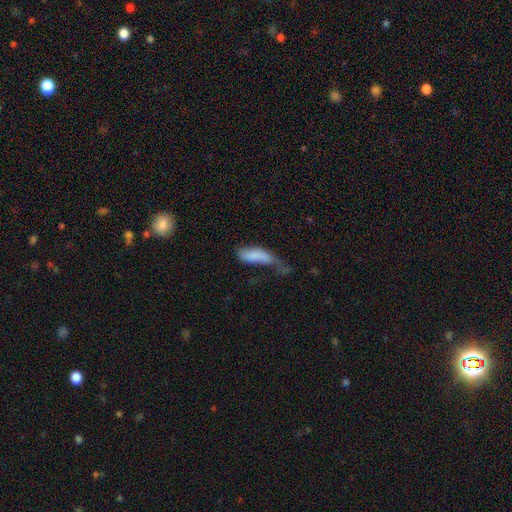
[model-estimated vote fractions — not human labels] Smooth or featured: smooth — 75% (featured or disk — 17%)
How rounded: in between — 69% (cigar-shaped — 28%)
Merging: major disturbance — 47% (minor disturbance — 24%)